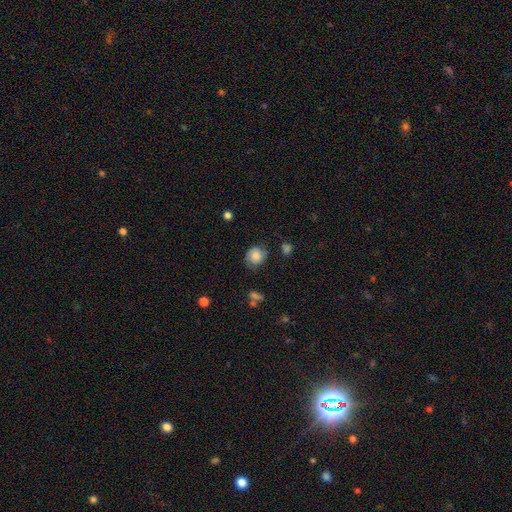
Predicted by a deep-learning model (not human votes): Smooth or featured? Predicted: smooth (p=0.66). How rounded? Predicted: round (p=0.68). Merging? Predicted: none (p=0.68).